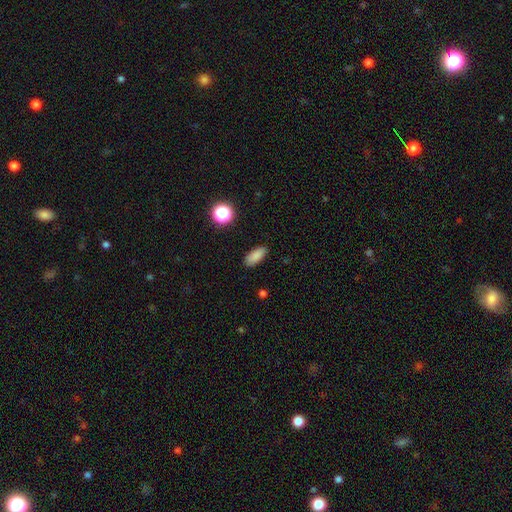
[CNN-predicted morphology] smooth 85%, star or artifact 10%, featured or disk 5%. Down the decision tree: how rounded — in between (81%); merging — none (87%).